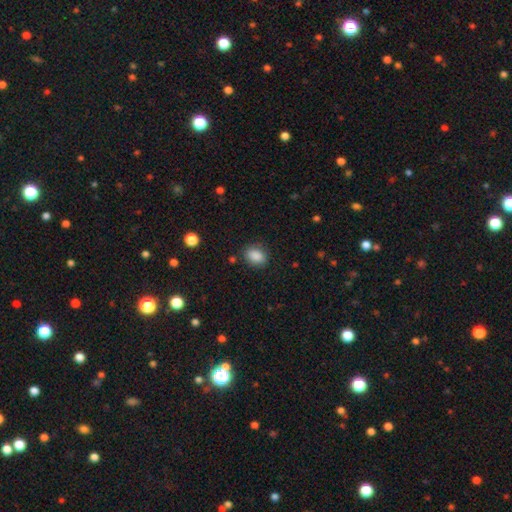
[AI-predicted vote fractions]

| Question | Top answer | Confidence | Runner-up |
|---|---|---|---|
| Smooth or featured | smooth | 87% | star or artifact (9%) |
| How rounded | in between | 67% | round (32%) |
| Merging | none | 81% | minor disturbance (13%) |